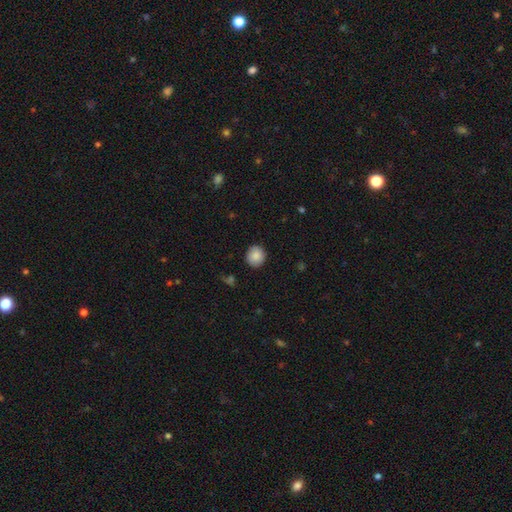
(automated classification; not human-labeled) This is clearly a smooth galaxy (88%). How rounded: clearly round (85%). Merging: clearly none (89%).